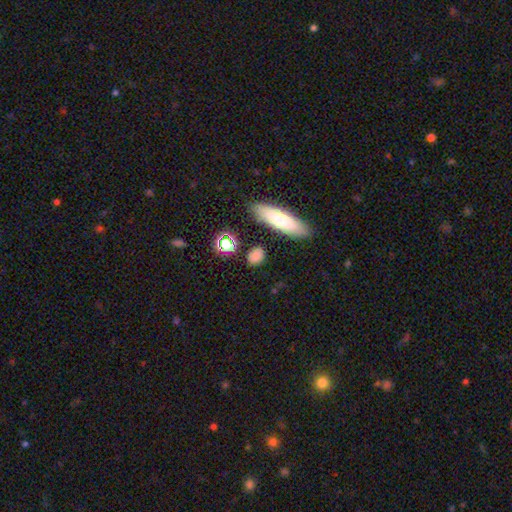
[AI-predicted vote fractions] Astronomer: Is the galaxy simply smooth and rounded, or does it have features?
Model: smooth — 79%.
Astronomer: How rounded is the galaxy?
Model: in between — 47% (runner-up: round, 41%).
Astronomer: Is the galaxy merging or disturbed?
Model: none — 83%.